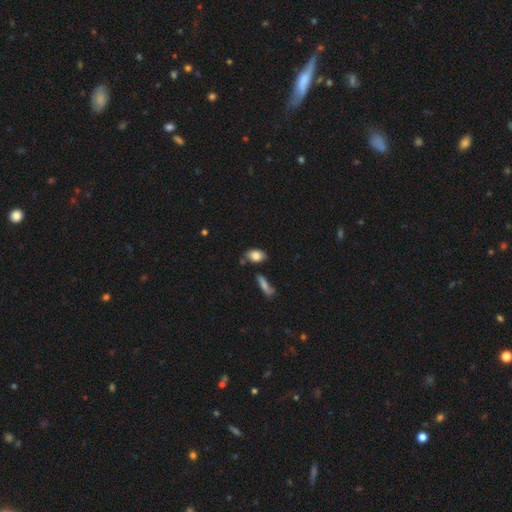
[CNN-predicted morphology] type=smooth (81%); roundness=in between (84%); merging=none (64%).